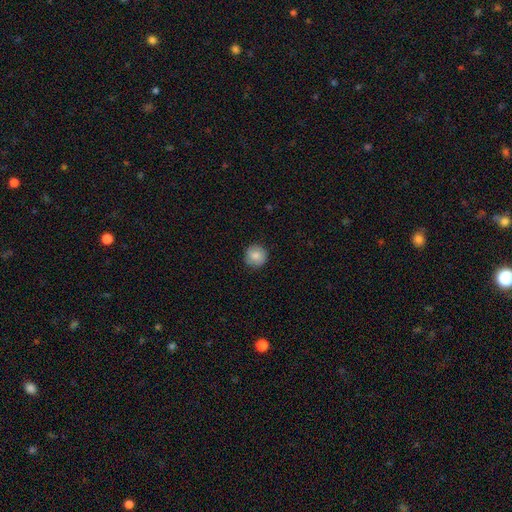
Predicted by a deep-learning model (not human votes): Smooth or featured? smooth (85%)
How rounded? round (94%)
Merging? none (86%)